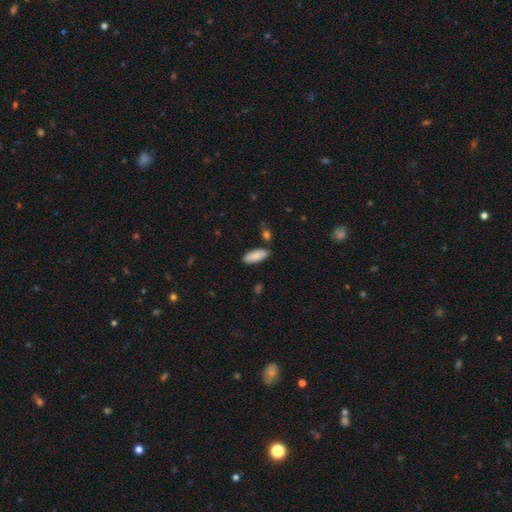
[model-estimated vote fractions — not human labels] A smooth galaxy with no disk features (87%) that is in between round and cigar-shaped (80%). Merging: none (81%).